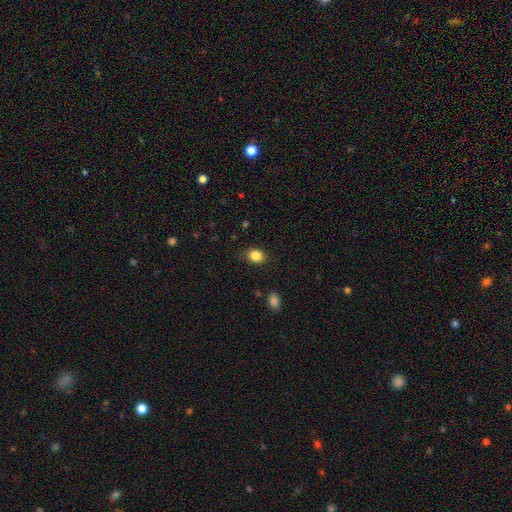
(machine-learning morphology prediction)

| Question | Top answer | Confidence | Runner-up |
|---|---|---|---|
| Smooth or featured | smooth | 86% | star or artifact (10%) |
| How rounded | in between | 54% | round (45%) |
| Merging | none | 84% | minor disturbance (12%) |